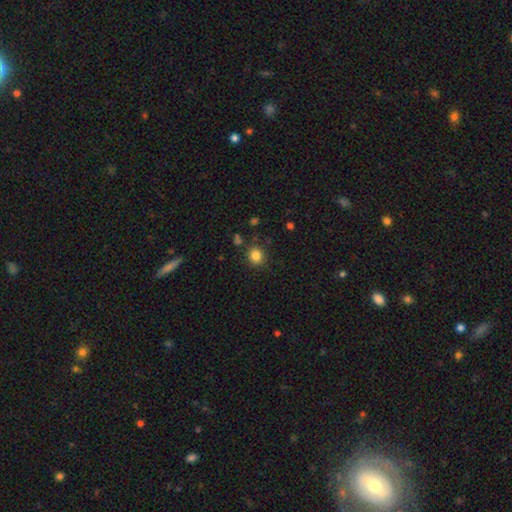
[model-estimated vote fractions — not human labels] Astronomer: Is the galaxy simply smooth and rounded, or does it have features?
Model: smooth — 83%.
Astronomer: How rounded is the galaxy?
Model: round — 86%.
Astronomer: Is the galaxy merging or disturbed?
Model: none — 85%.